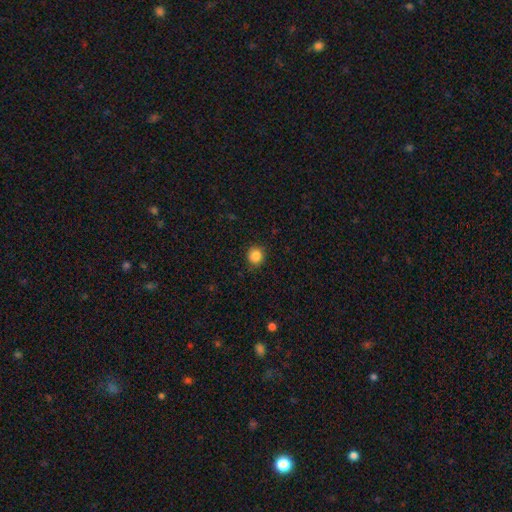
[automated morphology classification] Q: Smooth or featured?
A: smooth (86%); runner-up: star or artifact (11%)
Q: How rounded?
A: round (91%); runner-up: in between (8%)
Q: Merging?
A: none (87%); runner-up: minor disturbance (9%)